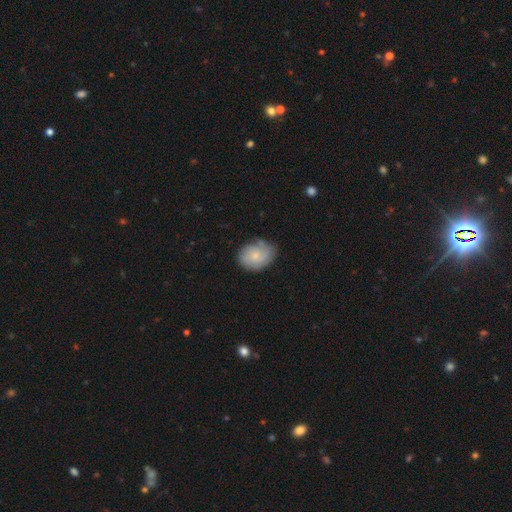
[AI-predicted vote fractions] A featured or disk galaxy (49%).

Vote fractions:
- Smooth or featured? featured or disk: 49% / smooth: 44% / star or artifact: 7%
- Merging? none: 66% / minor disturbance: 25% / major disturbance: 7% / merger: 2%